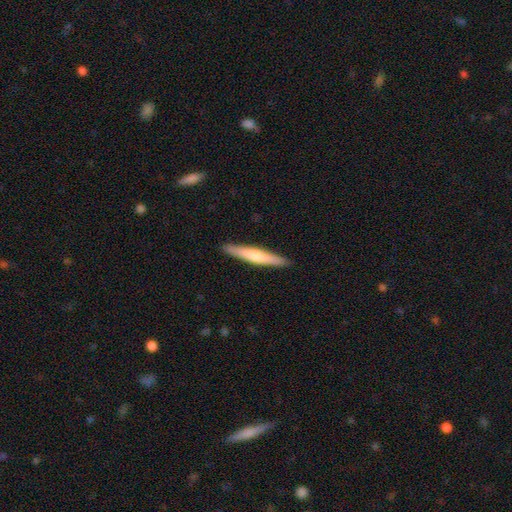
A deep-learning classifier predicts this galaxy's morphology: A smooth galaxy with no disk features (58%) that is cigar-shaped (94%). Merging: none (91%).